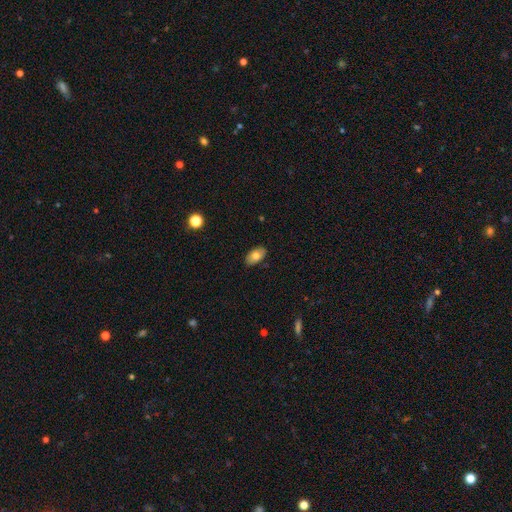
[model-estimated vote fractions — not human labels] Smooth or featured: smooth — 75% (featured or disk — 18%)
How rounded: in between — 93% (round — 6%)
Merging: none — 86% (minor disturbance — 11%)